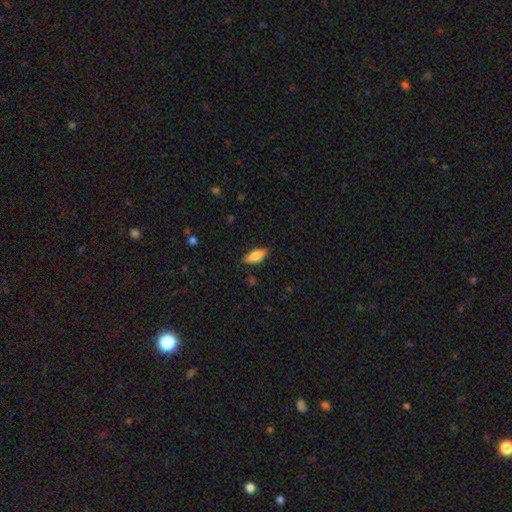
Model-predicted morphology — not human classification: Smooth or featured: smooth — 72% (featured or disk — 22%)
How rounded: in between — 68% (cigar-shaped — 30%)
Merging: none — 84% (minor disturbance — 12%)